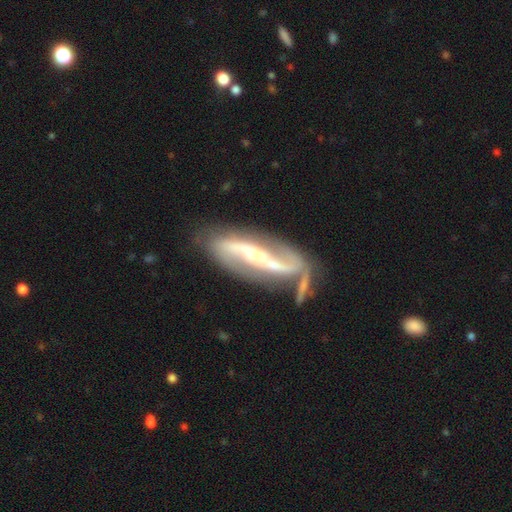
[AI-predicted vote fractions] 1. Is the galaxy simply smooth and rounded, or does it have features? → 86% featured or disk, 9% smooth, 5% star or artifact.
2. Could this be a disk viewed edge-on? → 87% no, 13% yes.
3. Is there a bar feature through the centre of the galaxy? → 56% strong, 24% weak, 20% no.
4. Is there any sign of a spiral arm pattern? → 93% yes, 7% no.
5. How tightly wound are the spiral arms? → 54% loose, 33% medium, 13% tight.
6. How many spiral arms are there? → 91% 2, 4% can't tell, 2% 1, 1% 3, 1% 4, 1% more than 4.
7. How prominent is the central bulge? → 43% small, 40% moderate, 8% large, 6% none, 2% dominant.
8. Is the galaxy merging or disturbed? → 57% none, 18% minor disturbance, 15% merger, 10% major disturbance.